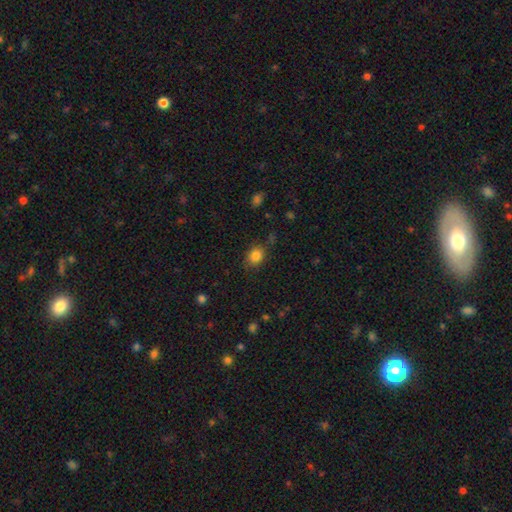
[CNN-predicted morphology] The model was most divided on "how rounded": in between: 50%, round: 49%, cigar-shaped: 1%. More confident: smooth or featured — smooth (83%); merging — none (79%).